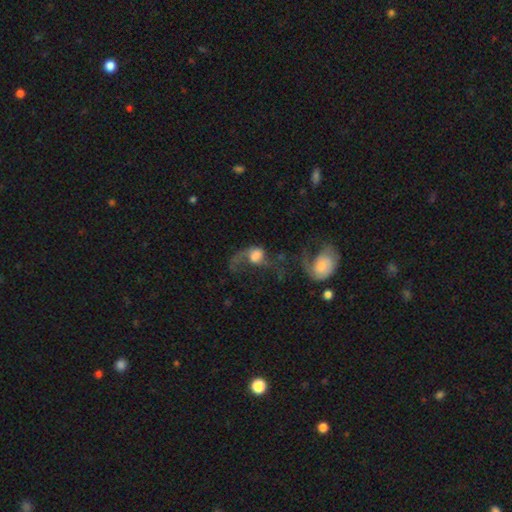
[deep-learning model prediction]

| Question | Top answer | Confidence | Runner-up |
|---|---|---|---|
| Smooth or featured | featured or disk | 48% | smooth (41%) |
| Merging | major disturbance | 47% | merger (23%) |